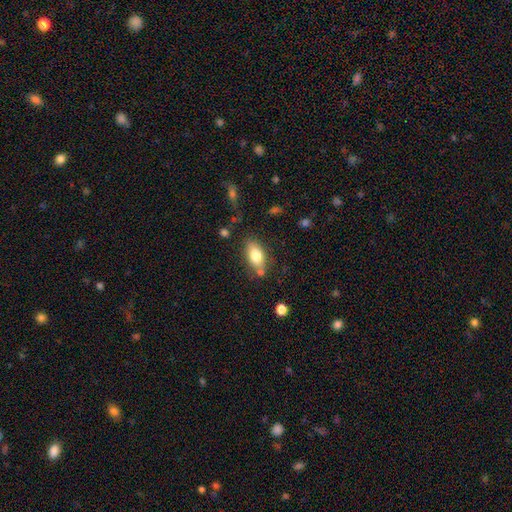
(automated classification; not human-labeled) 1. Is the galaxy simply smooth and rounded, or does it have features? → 79% smooth, 14% featured or disk, 7% star or artifact.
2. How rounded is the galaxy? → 88% in between, 7% round, 4% cigar-shaped.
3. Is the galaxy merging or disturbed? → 72% none, 16% minor disturbance, 7% merger, 4% major disturbance.